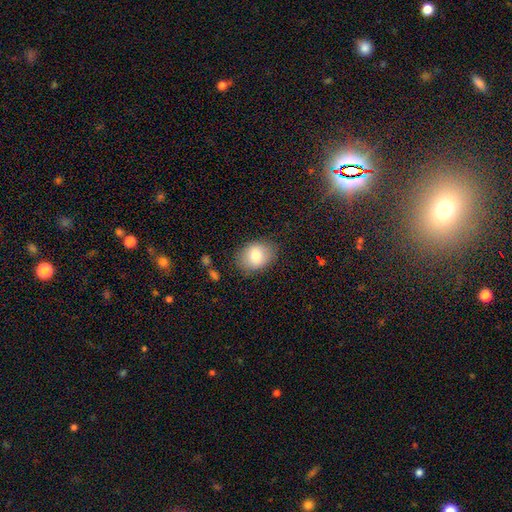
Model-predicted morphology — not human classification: Q: Smooth or featured?
A: smooth (80%); runner-up: featured or disk (12%)
Q: How rounded?
A: in between (66%); runner-up: round (33%)
Q: Merging?
A: none (81%); runner-up: minor disturbance (13%)